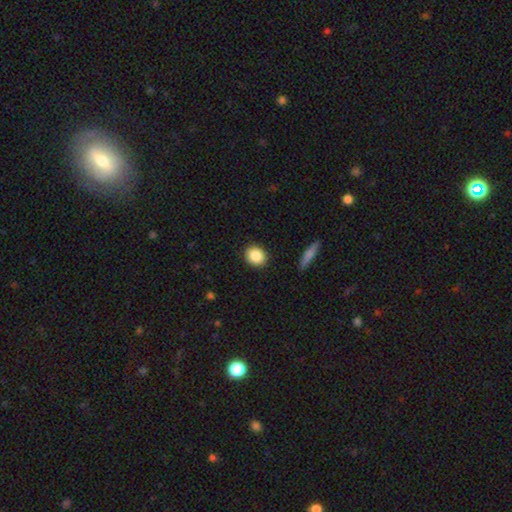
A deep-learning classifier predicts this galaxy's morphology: Overall: smooth (87%). How rounded: round (71%). Merging: none (90%).